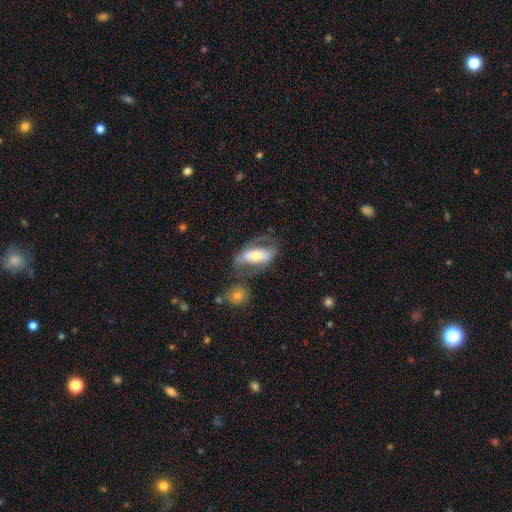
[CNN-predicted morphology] Smooth or featured?
  - featured or disk: 56% *
  - smooth: 38%
  - star or artifact: 6%
Edge-on disk?
  - no: 79% *
  - yes: 21%
Merging?
  - none: 45% *
  - major disturbance: 22%
  - minor disturbance: 21%
  - merger: 13%